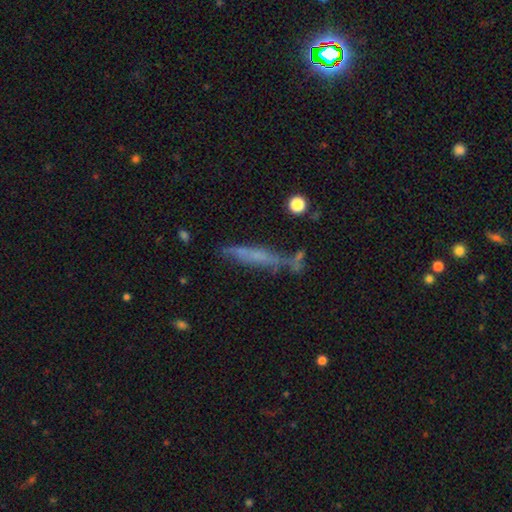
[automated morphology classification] smooth-or-featured: featured or disk: 48% | smooth: 41% | star or artifact: 11%
  merging: none: 64% | minor disturbance: 19% | merger: 9% | major disturbance: 8%